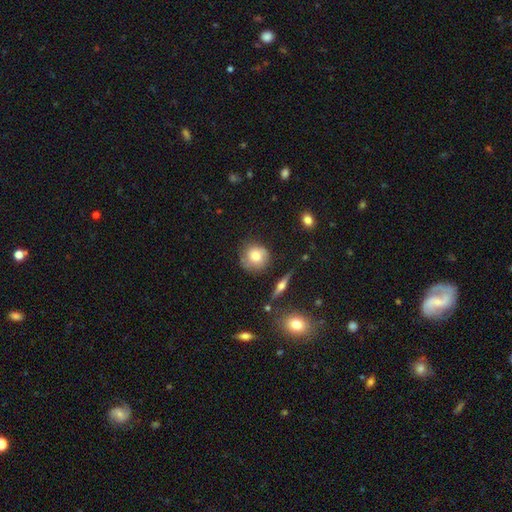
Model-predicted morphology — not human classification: Smooth or featured?
  - smooth: 64% *
  - featured or disk: 27%
  - star or artifact: 9%
How rounded?
  - round: 88% *
  - in between: 10%
  - cigar-shaped: 1%
Merging?
  - none: 71% *
  - minor disturbance: 20%
  - major disturbance: 6%
  - merger: 3%